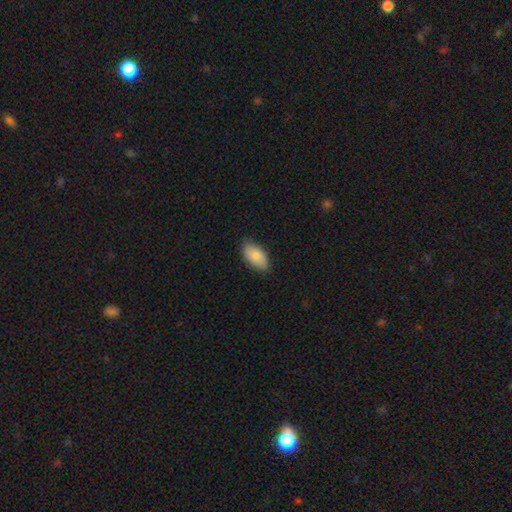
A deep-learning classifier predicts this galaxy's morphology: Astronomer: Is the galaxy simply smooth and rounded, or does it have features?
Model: smooth — 82%.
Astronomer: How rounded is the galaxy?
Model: in between — 94%.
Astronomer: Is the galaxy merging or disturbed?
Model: none — 82%.